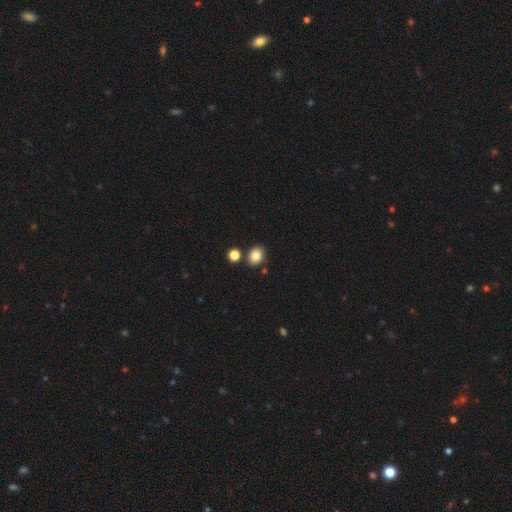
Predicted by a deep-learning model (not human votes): Smooth or featured? smooth (82%)
How rounded? round (54%)
Merging? none (80%)